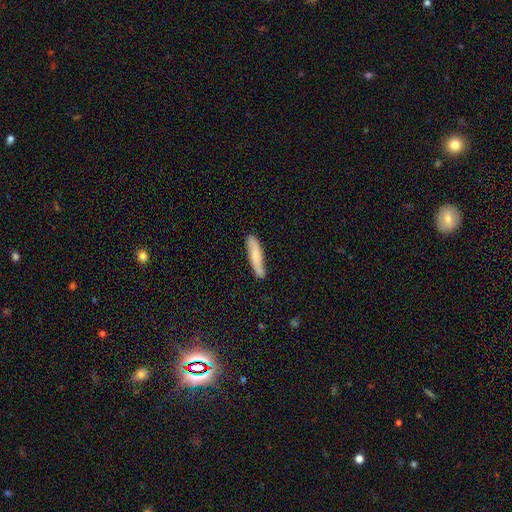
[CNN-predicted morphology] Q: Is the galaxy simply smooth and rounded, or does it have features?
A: smooth — 66%.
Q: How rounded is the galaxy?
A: cigar-shaped — 87%.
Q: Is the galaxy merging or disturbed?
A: none — 79%.